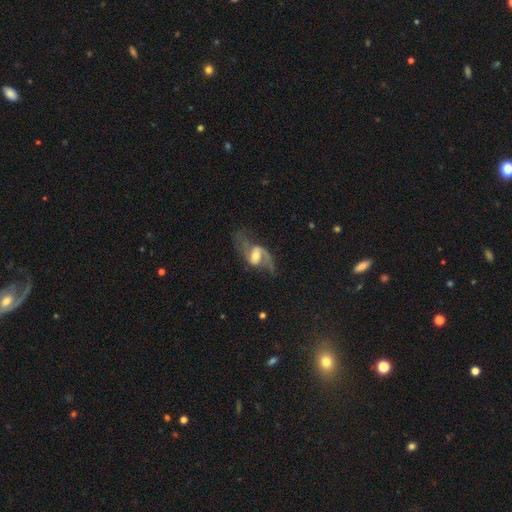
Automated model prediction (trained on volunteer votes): featured or disk 83%, smooth 11%, star or artifact 6%. Down the decision tree: edge-on disk — no (96%); bar — weak (48%); spiral arms — yes (93%); spiral arm count — 2 (84%); spiral winding — loose (54%); bulge size — moderate (63%); merging — none (55%).